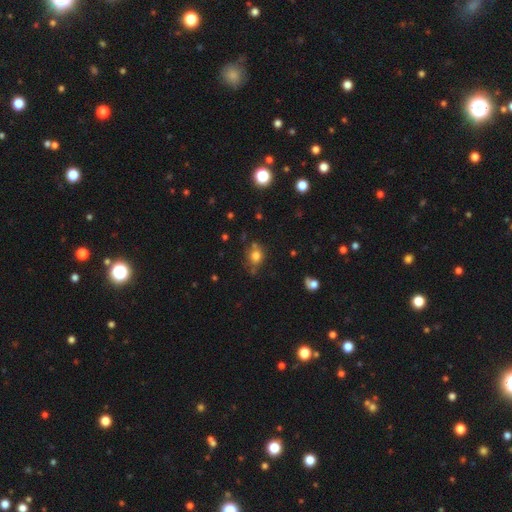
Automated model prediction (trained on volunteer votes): Q: Smooth or featured?
A: smooth (76%); runner-up: star or artifact (14%)
Q: How rounded?
A: round (65%); runner-up: in between (34%)
Q: Merging?
A: none (63%); runner-up: minor disturbance (21%)